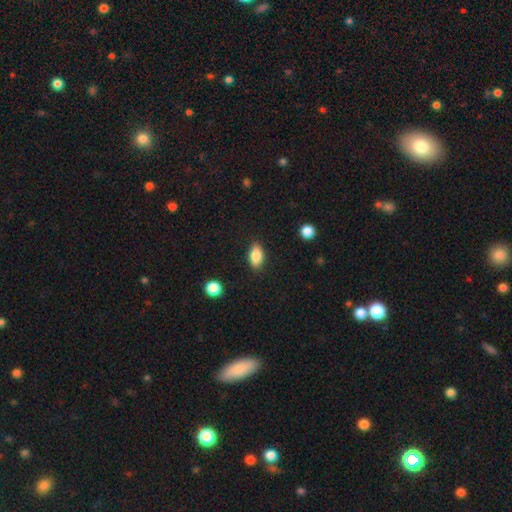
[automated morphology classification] Smooth or featured? Predicted: smooth (p=0.84). How rounded? Predicted: in between (p=0.88). Merging? Predicted: none (p=0.86).